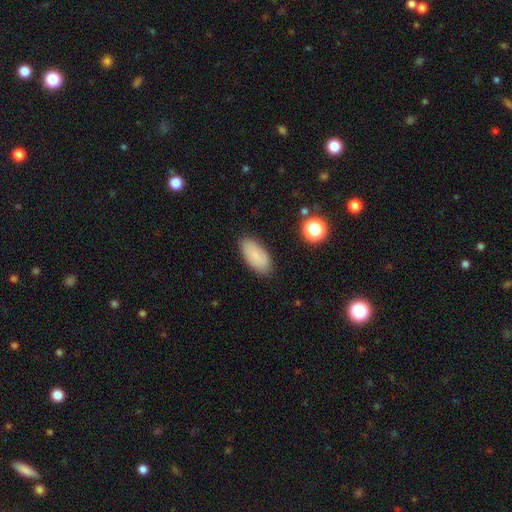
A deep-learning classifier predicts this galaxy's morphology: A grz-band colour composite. It shows a smooth galaxy with no disk features (82%) that is in between round and cigar-shaped (91%). Merging: none (86%).